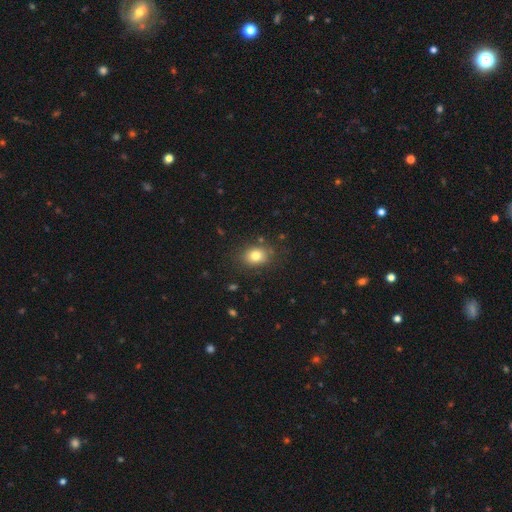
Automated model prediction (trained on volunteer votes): A smooth galaxy with no disk features (80%) that is in between round and cigar-shaped (52%). Merging: none (81%).